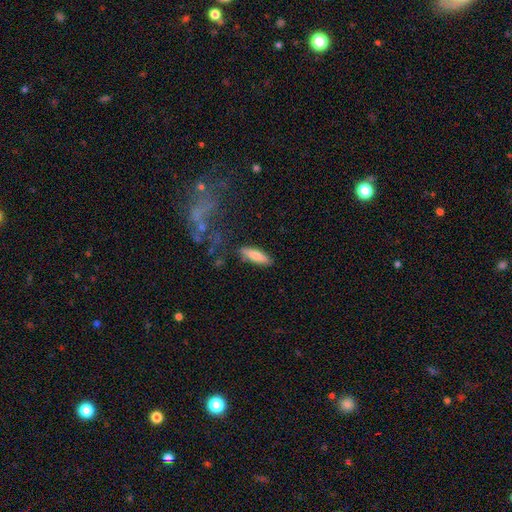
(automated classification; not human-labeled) smooth-or-featured: smooth: 76% | featured or disk: 18% | star or artifact: 6%
  how-rounded: cigar-shaped: 59% | in between: 39% | round: 2%
  merging: none: 83% | minor disturbance: 11% | major disturbance: 3% | merger: 2%